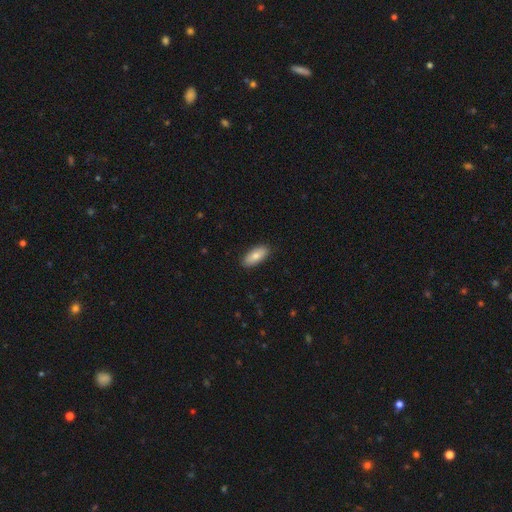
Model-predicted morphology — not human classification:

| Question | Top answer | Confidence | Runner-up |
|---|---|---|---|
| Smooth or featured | smooth | 79% | featured or disk (15%) |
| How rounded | in between | 86% | cigar-shaped (12%) |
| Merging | none | 89% | minor disturbance (9%) |